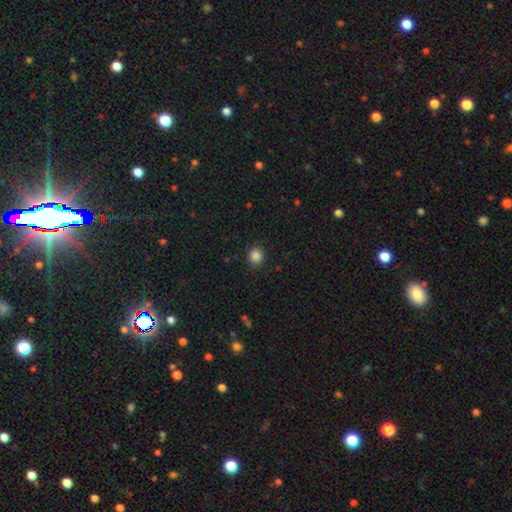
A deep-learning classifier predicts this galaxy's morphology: smooth_or_featured: smooth (p=0.86) [alt: star or artifact p=0.11]
how_rounded: round (p=0.87) [alt: in between p=0.12]
merging: none (p=0.90) [alt: minor disturbance p=0.07]